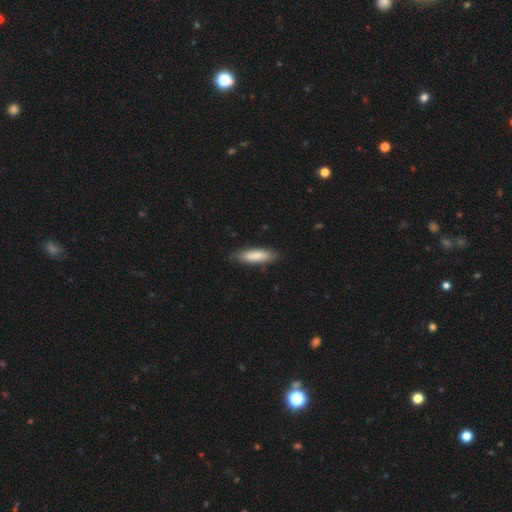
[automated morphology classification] Overall: smooth (84%). How rounded: cigar-shaped (60%; in between 39%). Merging: none (84%).